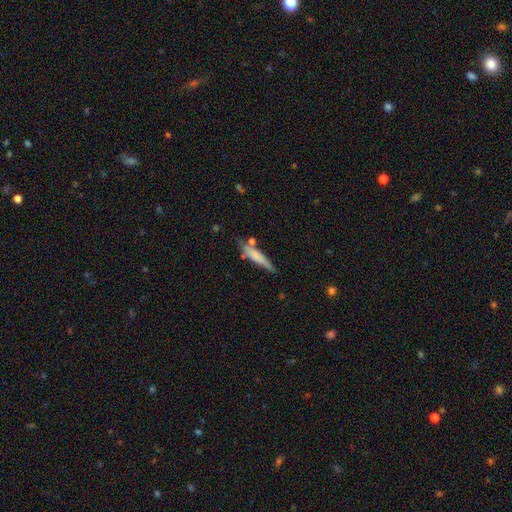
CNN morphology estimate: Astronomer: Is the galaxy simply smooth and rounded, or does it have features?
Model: smooth — 66%.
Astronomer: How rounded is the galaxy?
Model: cigar-shaped — 86%.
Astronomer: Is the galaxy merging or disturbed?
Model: none — 60%.